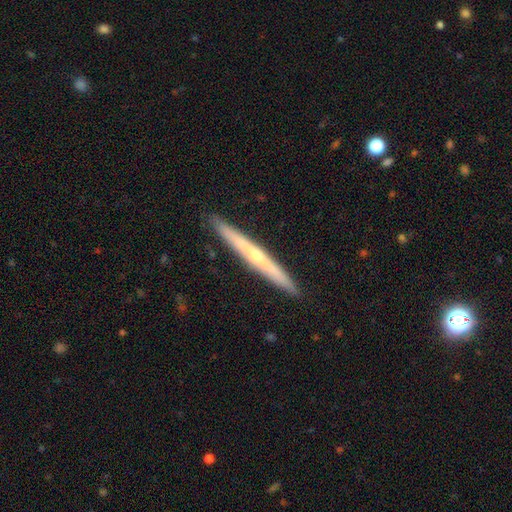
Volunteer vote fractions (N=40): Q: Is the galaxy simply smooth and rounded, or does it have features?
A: featured or disk — 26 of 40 (65%).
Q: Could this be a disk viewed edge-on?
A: yes — 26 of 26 (100%).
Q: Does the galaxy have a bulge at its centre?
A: rounded — 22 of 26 (85%).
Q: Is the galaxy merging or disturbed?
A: none — 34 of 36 (94%).